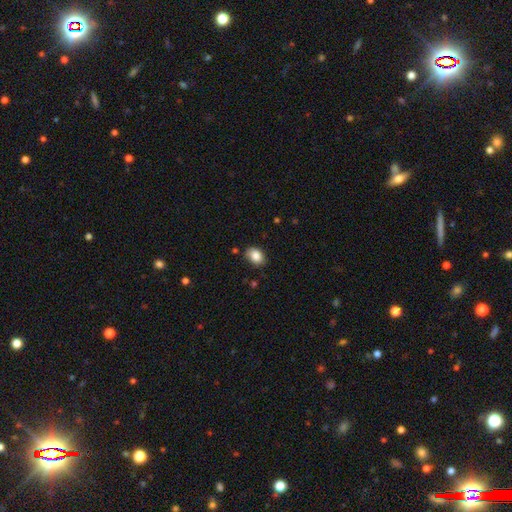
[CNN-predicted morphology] This appears to be a smooth galaxy with no disk features (86%) that is in between round and cigar-shaped (72%). Merging: none (79%).